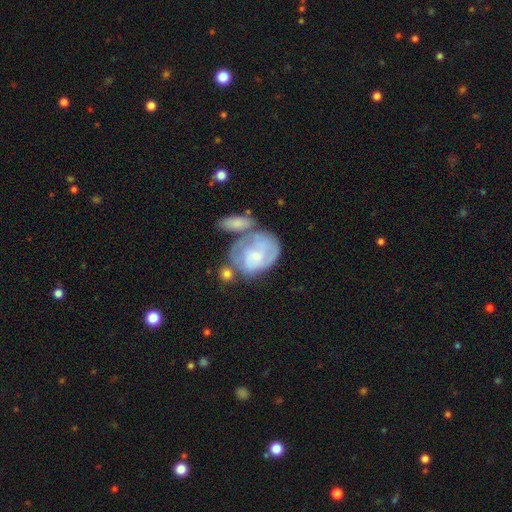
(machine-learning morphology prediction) Smooth or featured? Predicted: featured or disk (p=0.57). Edge-on disk? Predicted: no (p=0.96). Bar? Predicted: no (p=0.71). Spiral arms? Predicted: yes (p=0.68). Bulge size? Predicted: small (p=0.57). Merging? Predicted: merger (p=0.34).